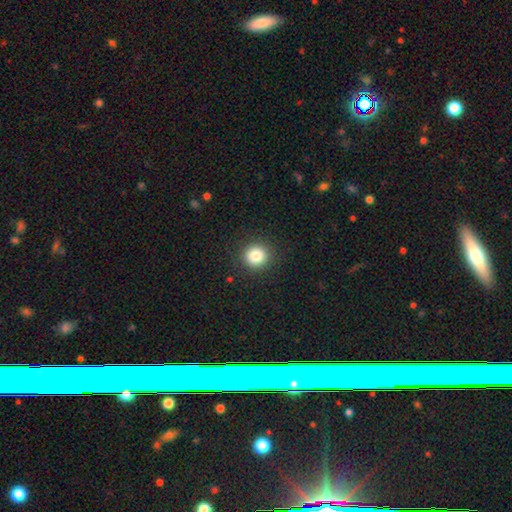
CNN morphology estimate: This appears to be a smooth galaxy with no disk features (84%) that is round (92%). Merging: none (91%).